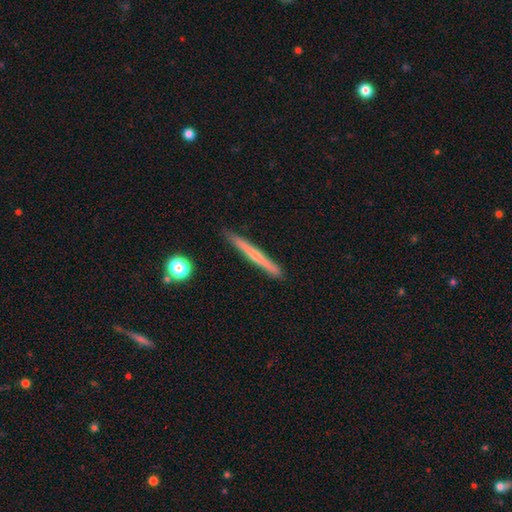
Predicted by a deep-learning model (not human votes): Smooth or featured? featured or disk (47%)
Merging? none (89%)